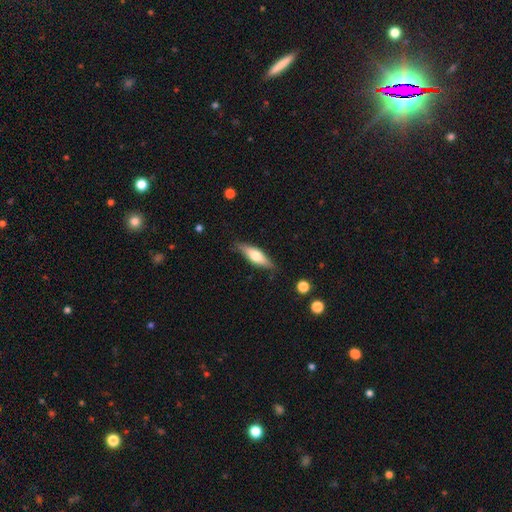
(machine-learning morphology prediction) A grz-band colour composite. It shows a smooth galaxy with no disk features (48%). Merging: none (82%).